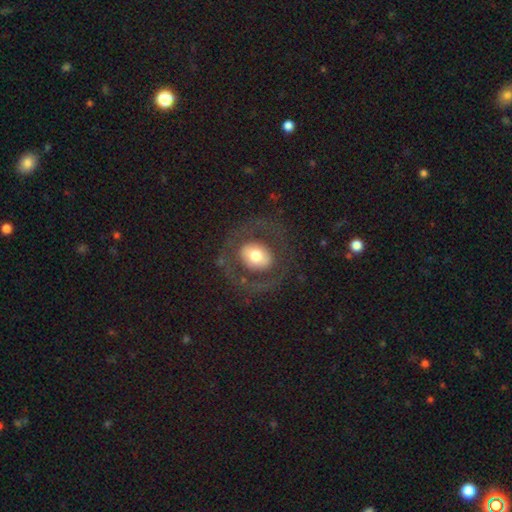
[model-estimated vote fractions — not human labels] Smooth or featured?
  - smooth: 47% *
  - featured or disk: 46%
  - star or artifact: 7%
Merging?
  - none: 74% *
  - major disturbance: 14%
  - minor disturbance: 11%
  - merger: 1%